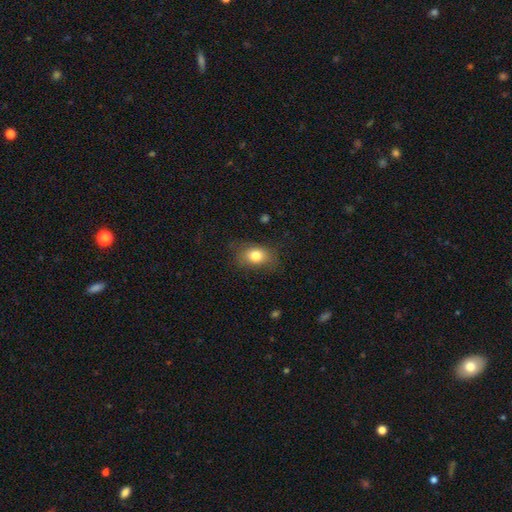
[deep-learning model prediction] This appears to be a smooth galaxy with no disk features (80%) that is in between round and cigar-shaped (72%). Merging: none (72%).